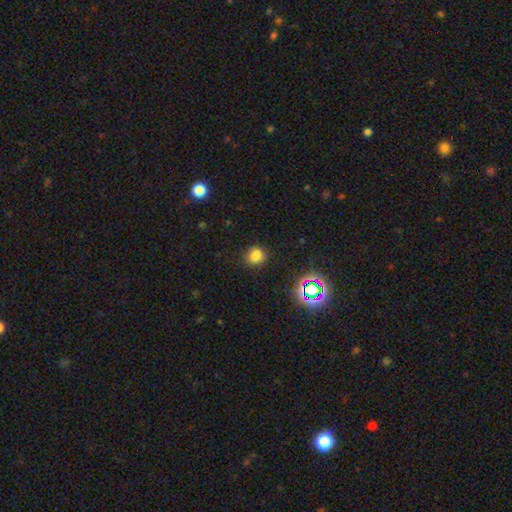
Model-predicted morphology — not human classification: A smooth galaxy with no disk features (75%) that is round (60%). Merging: none (74%).